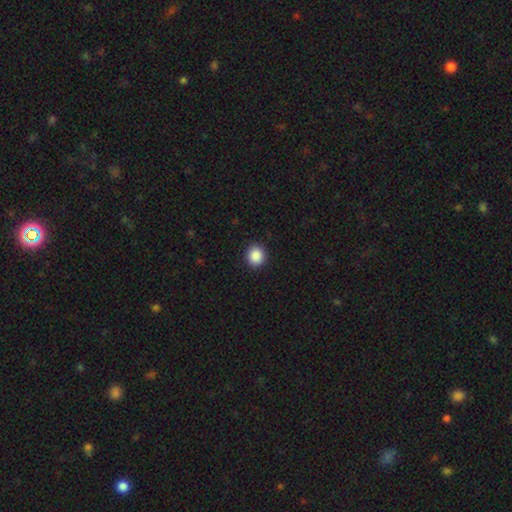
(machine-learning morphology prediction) A smooth galaxy with no disk features (89%) that is round (82%).

Vote fractions:
- Smooth or featured? smooth: 89% / star or artifact: 9% / featured or disk: 2%
- How rounded? round: 82% / in between: 17% / cigar-shaped: 1%
- Merging? none: 91% / minor disturbance: 6% / major disturbance: 2% / merger: 1%